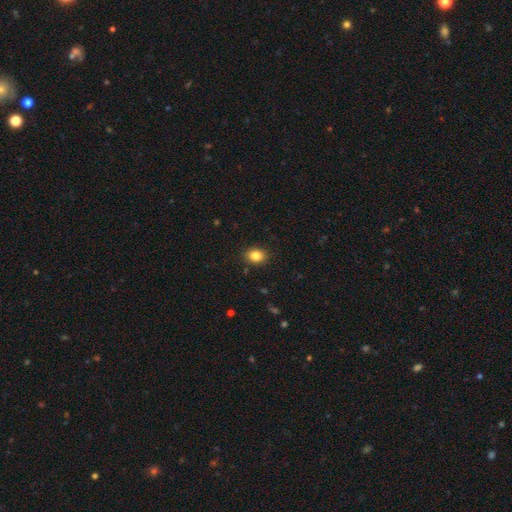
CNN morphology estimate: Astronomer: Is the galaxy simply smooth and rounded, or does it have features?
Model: smooth — 85%.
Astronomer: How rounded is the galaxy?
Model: in between — 58% (runner-up: round, 41%).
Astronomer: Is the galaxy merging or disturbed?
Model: none — 87%.